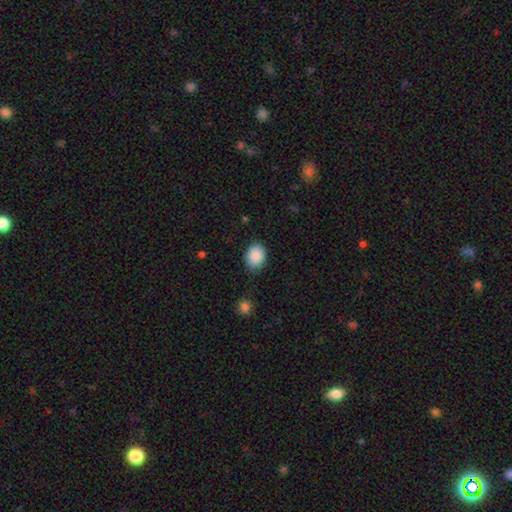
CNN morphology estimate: Smooth or featured: smooth — 88% (star or artifact — 8%)
How rounded: in between — 56% (round — 43%)
Merging: none — 80% (minor disturbance — 15%)